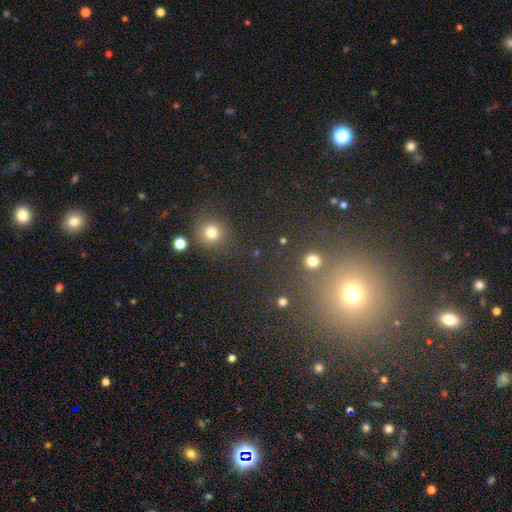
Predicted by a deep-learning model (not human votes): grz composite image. It shows a smooth galaxy with no disk features (48%). Merging: none (87%).